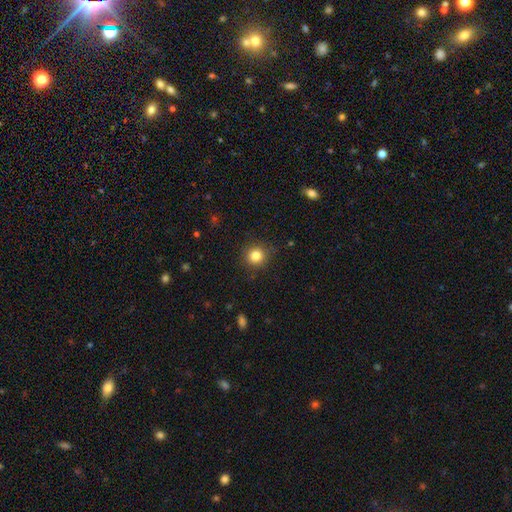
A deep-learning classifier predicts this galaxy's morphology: A smooth galaxy with no disk features (83%) that is round (91%).

Vote fractions:
- Smooth or featured? smooth: 83% / star or artifact: 11% / featured or disk: 5%
- How rounded? round: 91% / in between: 8% / cigar-shaped: 1%
- Merging? none: 89% / minor disturbance: 8% / major disturbance: 3% / merger: 1%